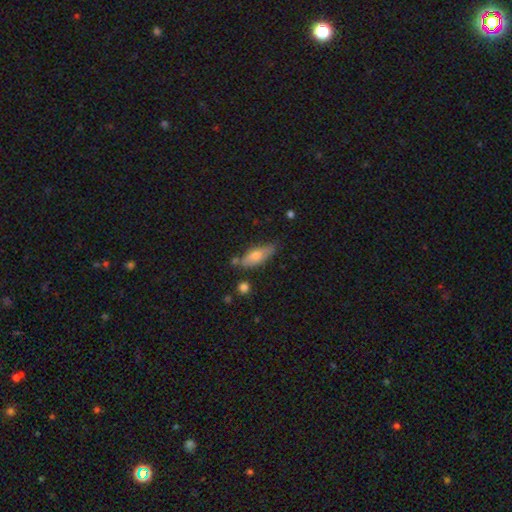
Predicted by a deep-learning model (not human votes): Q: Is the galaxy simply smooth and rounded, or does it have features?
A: smooth — 64%.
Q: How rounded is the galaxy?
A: in between — 64%.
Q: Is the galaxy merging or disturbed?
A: none — 67%.